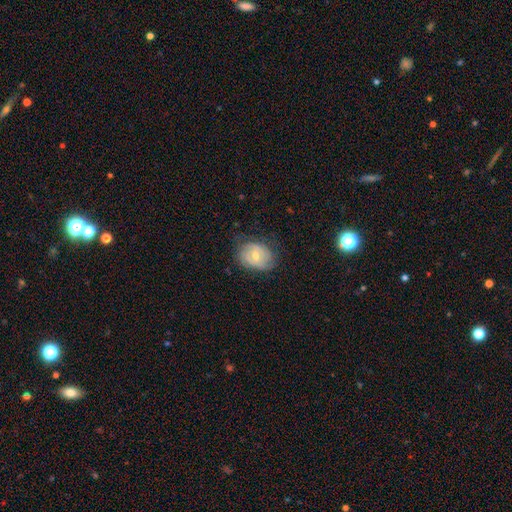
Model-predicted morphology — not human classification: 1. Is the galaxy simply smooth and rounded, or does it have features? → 56% featured or disk, 36% smooth, 7% star or artifact.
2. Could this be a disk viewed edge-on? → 96% no, 4% yes.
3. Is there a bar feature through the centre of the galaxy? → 45% no (tied), 45% weak (tied), 10% strong.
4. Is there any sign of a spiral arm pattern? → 75% yes, 25% no.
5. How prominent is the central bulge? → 60% moderate, 34% small, 3% large, 2% none, 1% dominant.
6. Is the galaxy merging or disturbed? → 68% none, 23% minor disturbance, 8% major disturbance, 1% merger.